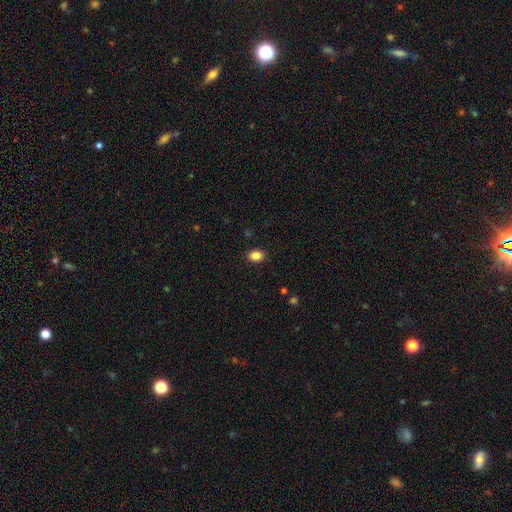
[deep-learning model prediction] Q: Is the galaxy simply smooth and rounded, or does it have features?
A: smooth — 86%.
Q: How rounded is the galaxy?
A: in between — 71%.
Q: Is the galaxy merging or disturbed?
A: none — 89%.